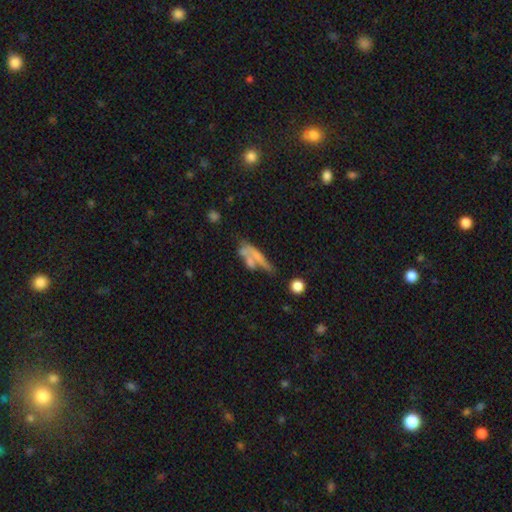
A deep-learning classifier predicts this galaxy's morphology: Smooth or featured? smooth (53%)
How rounded? cigar-shaped (66%)
Merging? merger (37%)